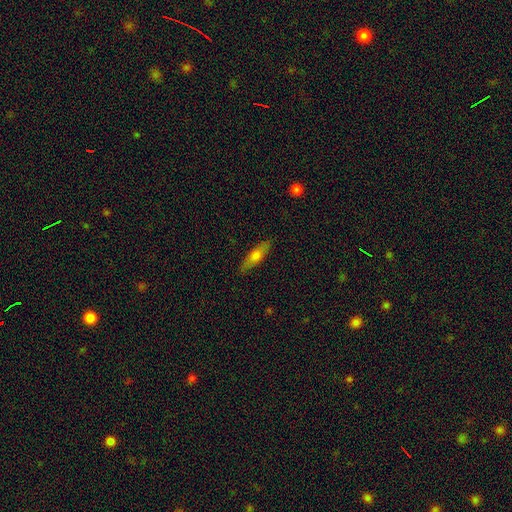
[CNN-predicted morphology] A smooth galaxy with no disk features (62%) that is cigar-shaped (59%).

Vote fractions:
- Smooth or featured? smooth: 62% / featured or disk: 32% / star or artifact: 6%
- How rounded? cigar-shaped: 59% / in between: 39% / round: 2%
- Merging? none: 86% / minor disturbance: 11% / major disturbance: 2% / merger: 1%